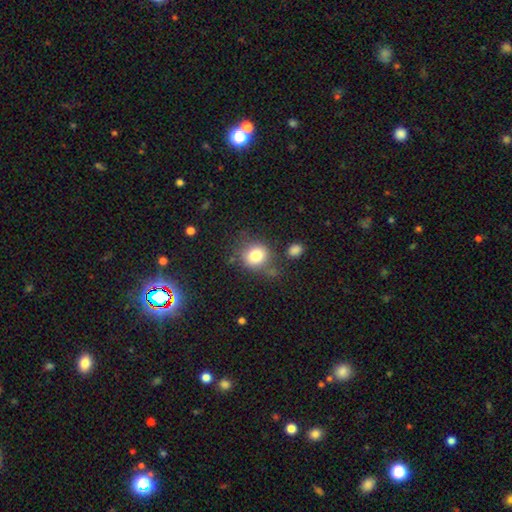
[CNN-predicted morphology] A smooth galaxy with no disk features (79%) that is round (79%).

Vote fractions:
- Smooth or featured? smooth: 79% / star or artifact: 11% / featured or disk: 10%
- How rounded? round: 79% / in between: 20% / cigar-shaped: 1%
- Merging? none: 68% / minor disturbance: 17% / merger: 8% / major disturbance: 7%